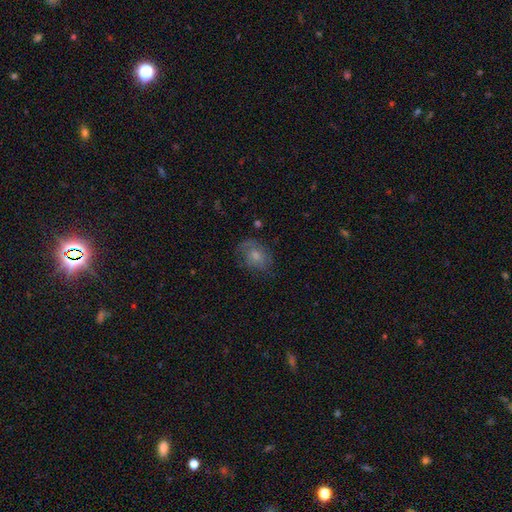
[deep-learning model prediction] smooth 50%, featured or disk 39%, star or artifact 11%. Down the decision tree: how rounded — in between (60%); merging — none (61%).